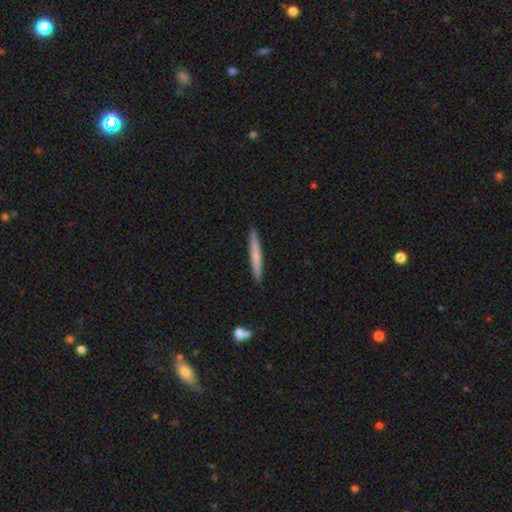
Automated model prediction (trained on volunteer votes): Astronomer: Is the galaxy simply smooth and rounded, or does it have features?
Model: smooth — 61%.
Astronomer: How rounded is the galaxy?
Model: cigar-shaped — 96%.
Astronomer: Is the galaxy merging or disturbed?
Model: none — 91%.